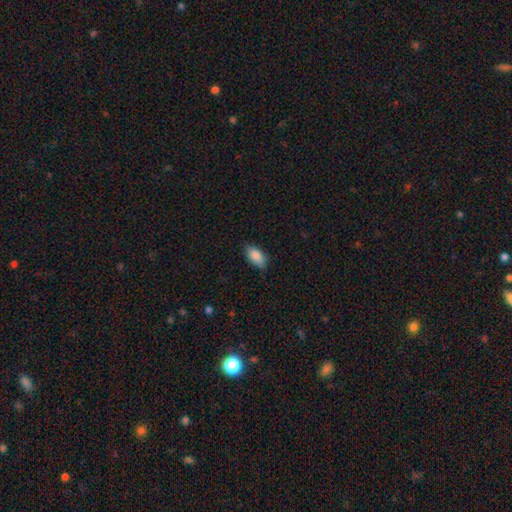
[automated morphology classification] smooth_or_featured: smooth (p=0.87) [alt: star or artifact p=0.07]
how_rounded: in between (p=0.92) [alt: cigar-shaped p=0.05]
merging: none (p=0.79) [alt: minor disturbance p=0.17]